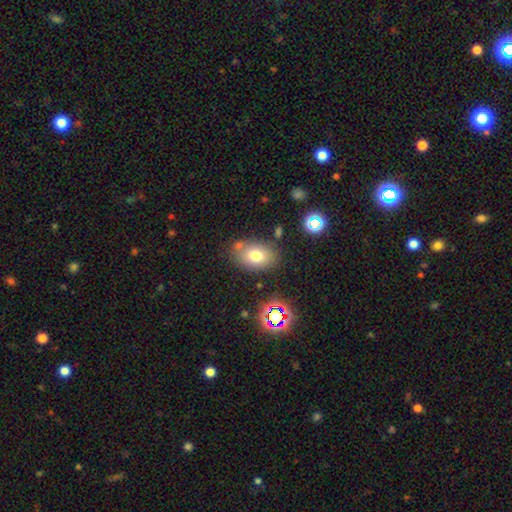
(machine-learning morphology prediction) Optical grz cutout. It shows a smooth galaxy with no disk features (73%) that is in between round and cigar-shaped (77%). Merging: none (74%).